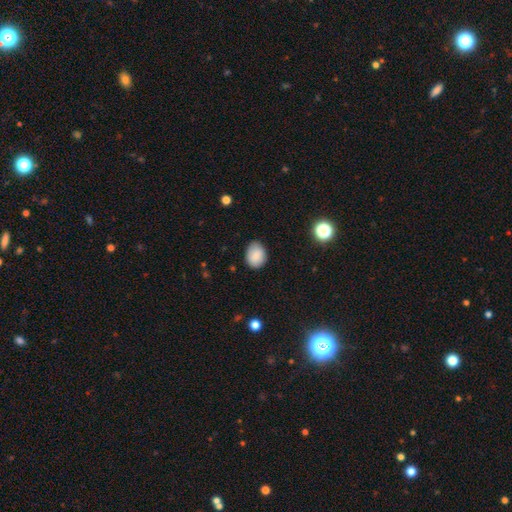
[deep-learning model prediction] Smooth or featured? smooth (87%)
How rounded? in between (61%)
Merging? none (78%)